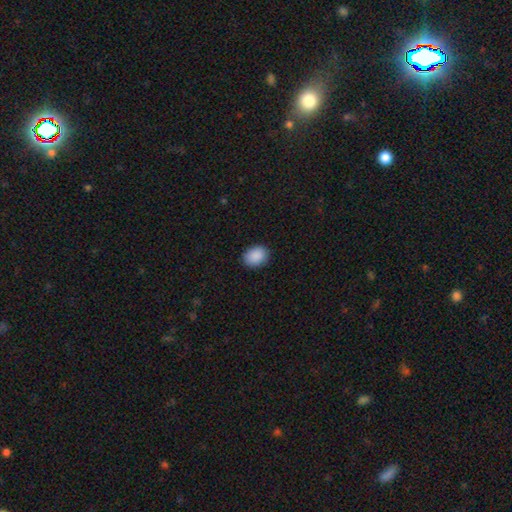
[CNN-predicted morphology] A smooth galaxy with no disk features (90%) that is in between round and cigar-shaped (57%).

Vote fractions:
- Smooth or featured? smooth: 90% / star or artifact: 7% / featured or disk: 3%
- How rounded? in between: 57% / round: 43% / cigar-shaped: 1%
- Merging? none: 89% / minor disturbance: 8% / major disturbance: 2% / merger: 1%